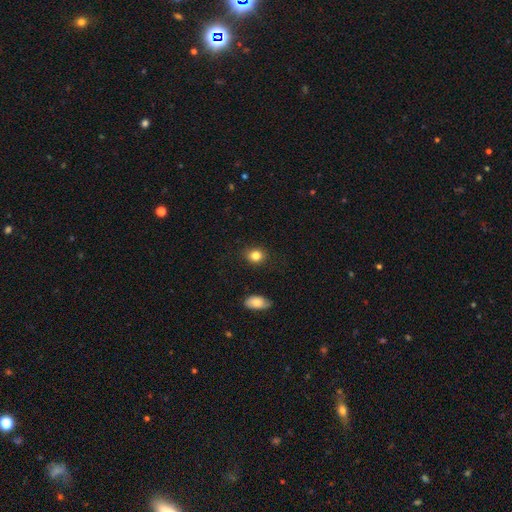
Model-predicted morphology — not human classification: smooth_or_featured: smooth (p=0.84) [alt: star or artifact p=0.10]
how_rounded: round (p=0.60) [alt: in between p=0.38]
merging: none (p=0.85) [alt: minor disturbance p=0.11]